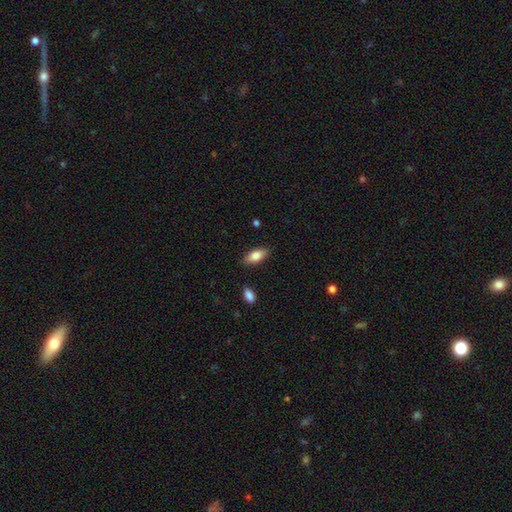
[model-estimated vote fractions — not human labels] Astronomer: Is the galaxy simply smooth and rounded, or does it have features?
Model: smooth — 82%.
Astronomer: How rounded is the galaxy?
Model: in between — 87%.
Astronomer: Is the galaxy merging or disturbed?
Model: none — 86%.